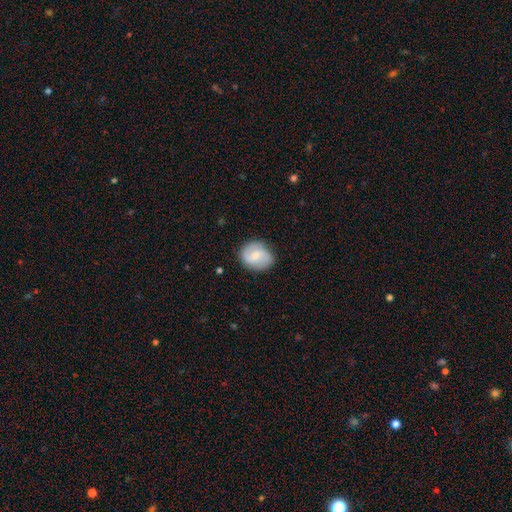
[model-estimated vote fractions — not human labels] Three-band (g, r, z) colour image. It shows a featured or disk galaxy (58%) with no bar (48%), spiral arms (88%) and a moderate central bulge (49%). Merging: none (83%).